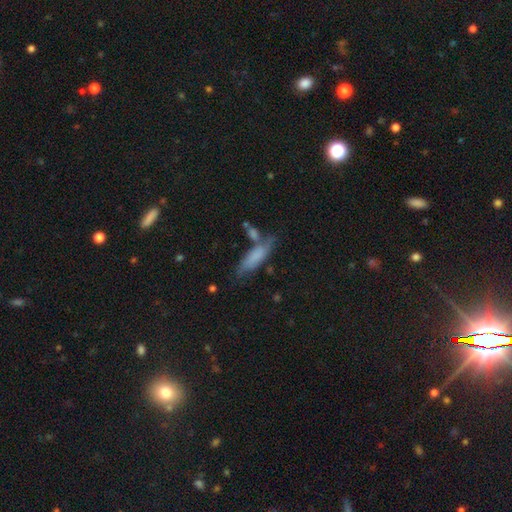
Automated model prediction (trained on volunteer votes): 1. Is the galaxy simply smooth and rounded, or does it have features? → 70% smooth, 22% featured or disk, 8% star or artifact.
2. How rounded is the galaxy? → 54% cigar-shaped, 44% in between, 2% round.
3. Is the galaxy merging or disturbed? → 54% none, 23% minor disturbance, 14% merger, 9% major disturbance.